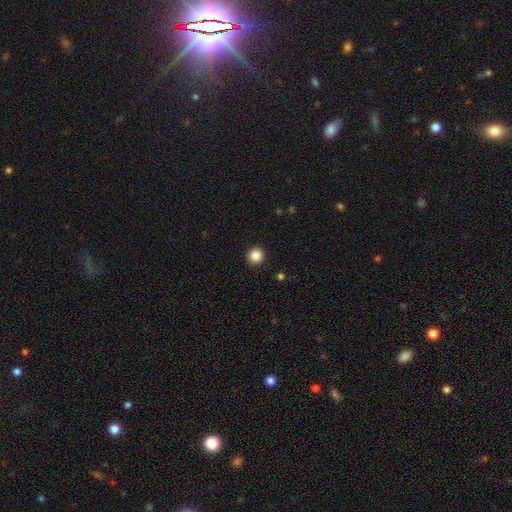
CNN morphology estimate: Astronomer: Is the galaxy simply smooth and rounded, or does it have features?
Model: smooth — 86%.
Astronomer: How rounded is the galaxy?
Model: round — 93%.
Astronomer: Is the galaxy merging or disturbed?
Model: none — 93%.